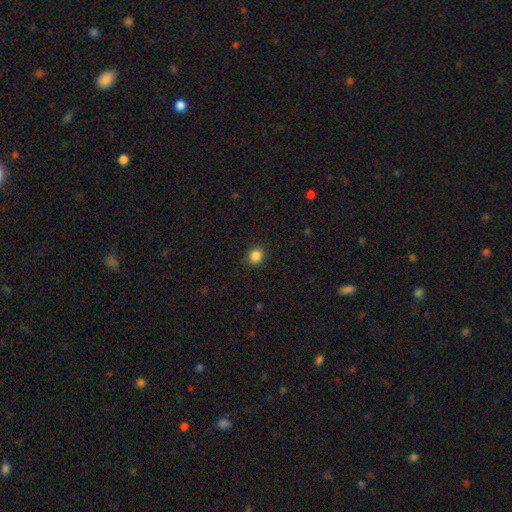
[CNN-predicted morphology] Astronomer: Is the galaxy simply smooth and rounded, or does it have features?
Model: smooth — 86%.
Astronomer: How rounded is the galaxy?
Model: round — 73%.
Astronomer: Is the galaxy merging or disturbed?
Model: none — 89%.